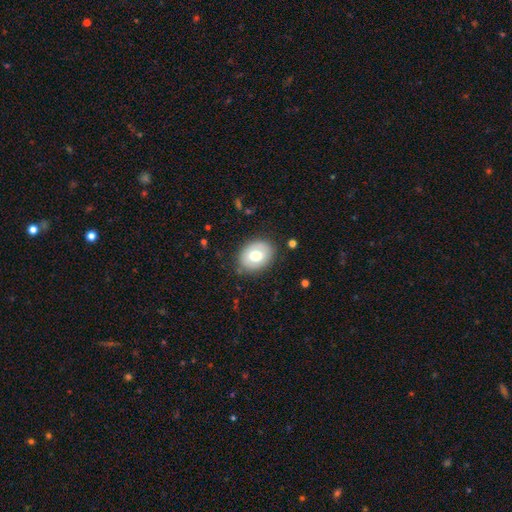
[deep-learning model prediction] This is likely a smooth galaxy (66%). How rounded: possibly in between (60%). Merging: likely none (80%).